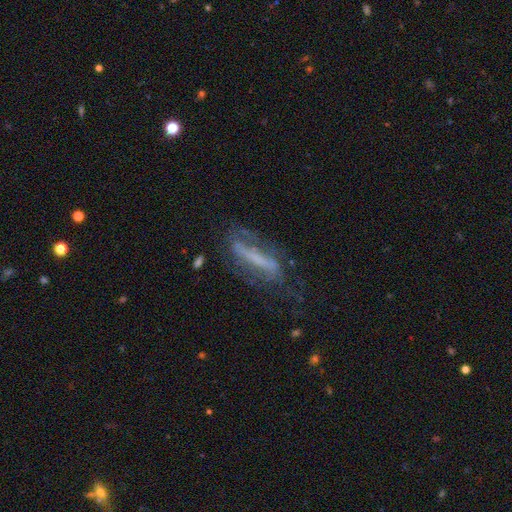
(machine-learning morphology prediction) Smooth or featured: featured or disk — 57% (smooth — 30%)
Edge-on disk: no — 58% (yes — 42%)
Merging: none — 56% (minor disturbance — 24%)